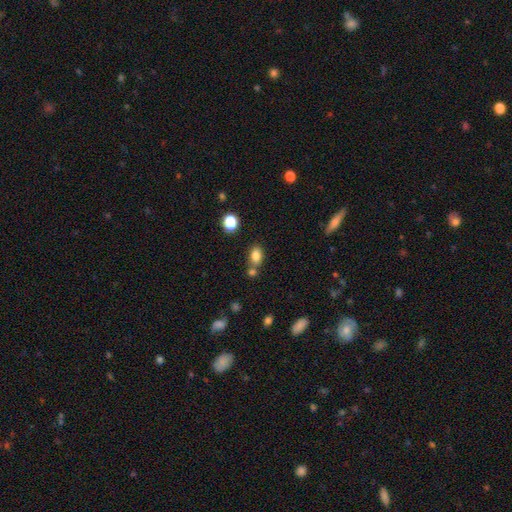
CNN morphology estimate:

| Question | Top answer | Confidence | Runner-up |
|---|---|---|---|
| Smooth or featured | smooth | 82% | star or artifact (11%) |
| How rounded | in between | 77% | round (21%) |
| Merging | none | 61% | merger (23%) |